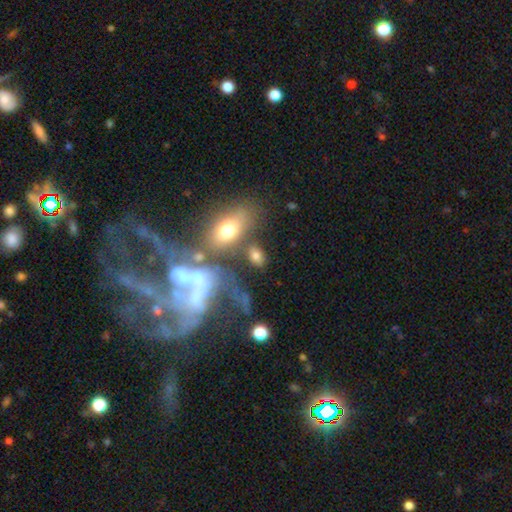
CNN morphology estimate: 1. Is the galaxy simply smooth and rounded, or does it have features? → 70% smooth, 18% featured or disk, 12% star or artifact.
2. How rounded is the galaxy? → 83% in between, 14% round, 3% cigar-shaped.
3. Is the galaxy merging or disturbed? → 59% none, 16% merger, 14% minor disturbance, 10% major disturbance.